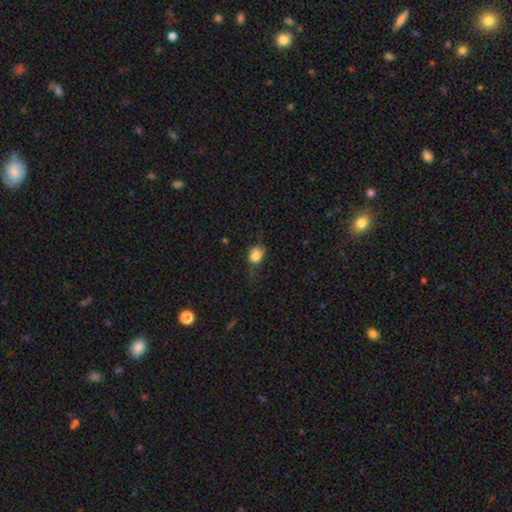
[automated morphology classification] smooth 76%, featured or disk 13%, star or artifact 11%. Down the decision tree: how rounded — in between (51%); merging — none (42%).